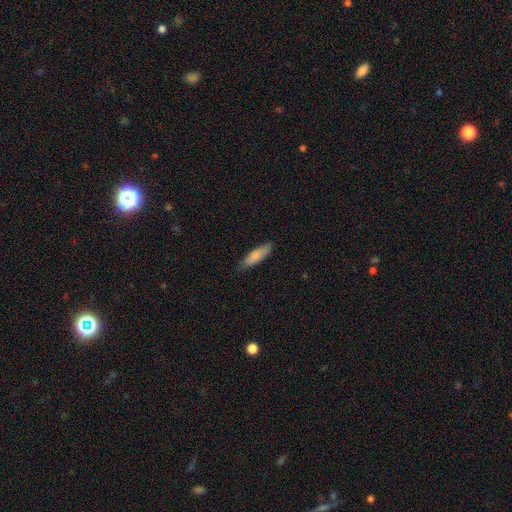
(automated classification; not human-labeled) Smooth or featured: smooth — 80% (featured or disk — 15%)
How rounded: cigar-shaped — 57% (in between — 41%)
Merging: none — 82% (minor disturbance — 15%)